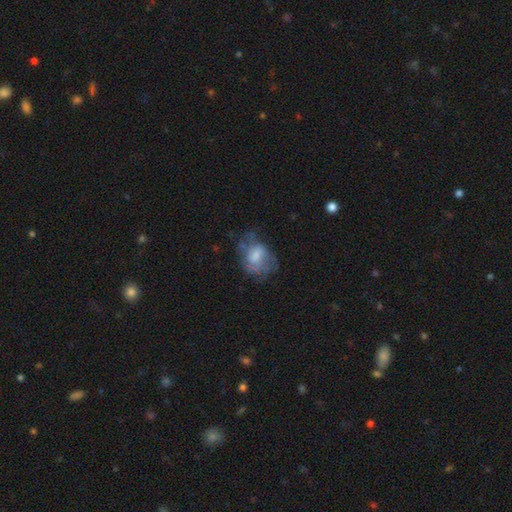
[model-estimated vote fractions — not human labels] A featured or disk galaxy (46%). Merging: none (46%).